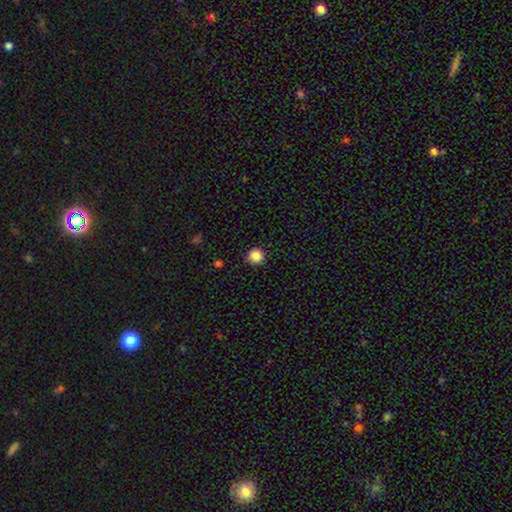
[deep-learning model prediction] The model was most divided on "smooth or featured": smooth: 86%, star or artifact: 11%, featured or disk: 3%. More confident: how rounded — round (95%); merging — none (90%).